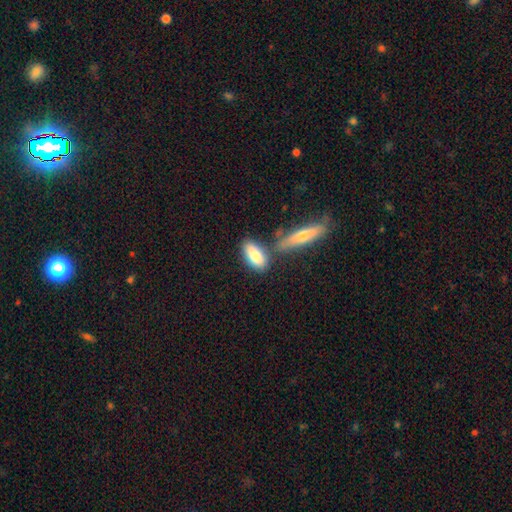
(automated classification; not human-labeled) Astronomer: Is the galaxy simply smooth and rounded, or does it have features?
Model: smooth — 80%.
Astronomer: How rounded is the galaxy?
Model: in between — 81%.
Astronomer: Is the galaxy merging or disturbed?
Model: none — 60%.